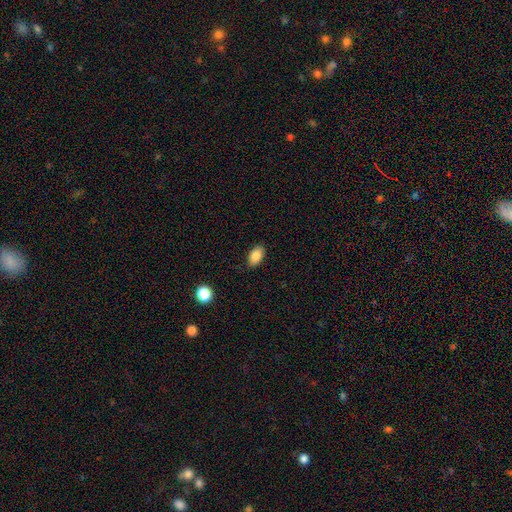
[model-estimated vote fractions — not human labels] smooth-or-featured: smooth: 86% | star or artifact: 8% | featured or disk: 6%
  how-rounded: in between: 92% | round: 6% | cigar-shaped: 2%
  merging: none: 86% | minor disturbance: 10% | major disturbance: 2% | merger: 1%